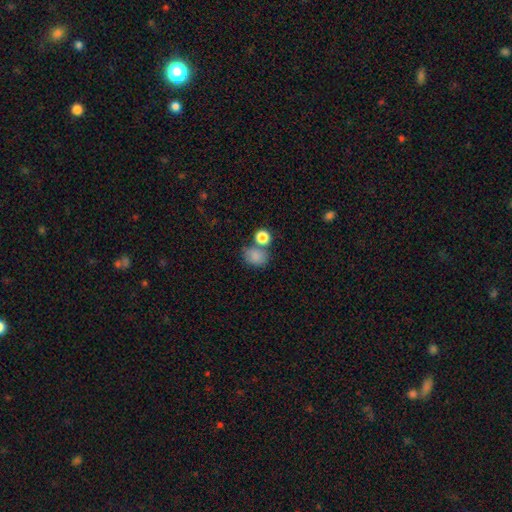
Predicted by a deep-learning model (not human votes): Smooth or featured? Predicted: smooth (p=0.82). How rounded? Predicted: round (p=0.50). Merging? Predicted: none (p=0.55).